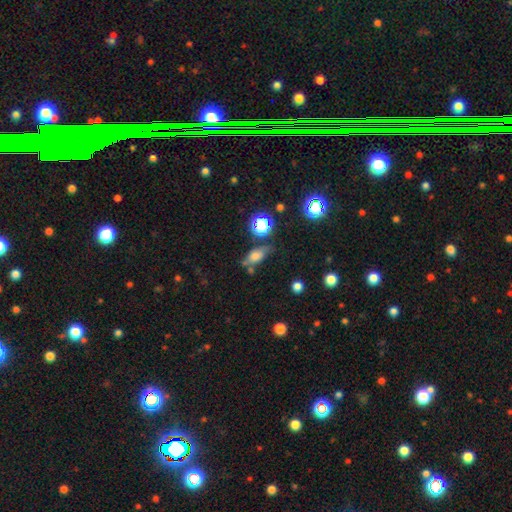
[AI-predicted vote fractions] Smooth or featured?
  - smooth: 64% *
  - star or artifact: 18%
  - featured or disk: 18%
How rounded?
  - in between: 69% *
  - round: 19%
  - cigar-shaped: 13%
Merging?
  - none: 53% *
  - minor disturbance: 25%
  - merger: 11%
  - major disturbance: 11%